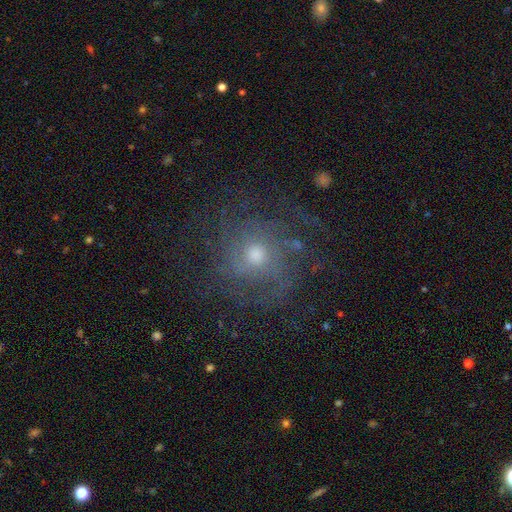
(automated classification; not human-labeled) Smooth or featured?
  - featured or disk: 65% *
  - smooth: 20%
  - star or artifact: 14%
Edge-on disk?
  - no: 97% *
  - yes: 3%
Bar?
  - no: 80% *
  - weak: 17%
  - strong: 3%
Spiral arms?
  - yes: 83% *
  - no: 17%
Spiral winding?
  - tight: 49% *
  - medium: 36%
  - loose: 15%
Spiral arm count?
  - can't tell: 45% *
  - 2: 16%
  - 3: 16%
  - 4: 10%
  - more than 4: 7%
  - 1: 6%
Bulge size?
  - moderate: 59% *
  - small: 32%
  - large: 6%
  - none: 2%
  - dominant: 1%
Merging?
  - none: 70% *
  - minor disturbance: 15%
  - major disturbance: 13%
  - merger: 1%